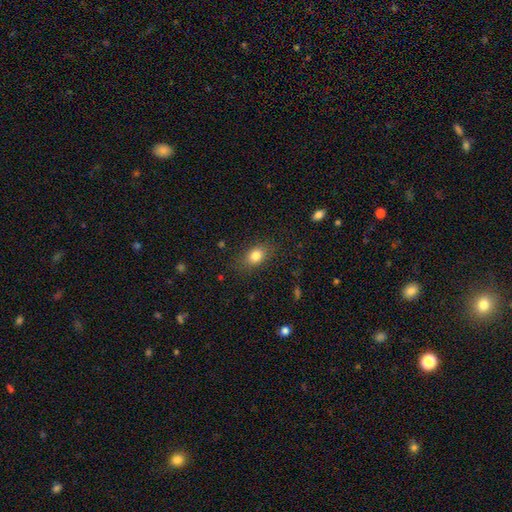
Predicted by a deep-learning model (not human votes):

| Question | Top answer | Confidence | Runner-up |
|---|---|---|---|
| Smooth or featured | smooth | 82% | star or artifact (10%) |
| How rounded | in between | 71% | round (27%) |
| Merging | none | 81% | minor disturbance (13%) |